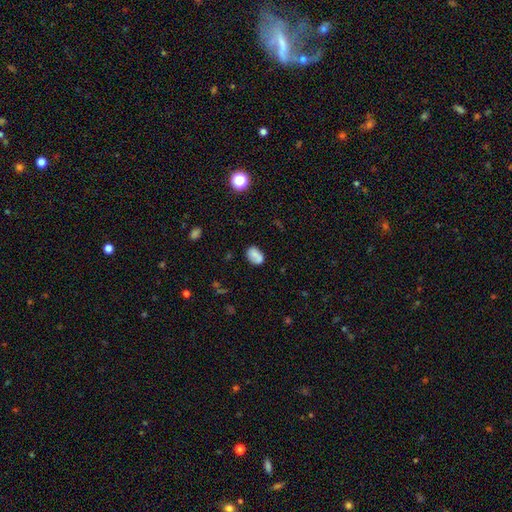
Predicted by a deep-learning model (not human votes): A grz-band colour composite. It shows a smooth galaxy with no disk features (75%) that is in between round and cigar-shaped (79%). Merging: none (63%).